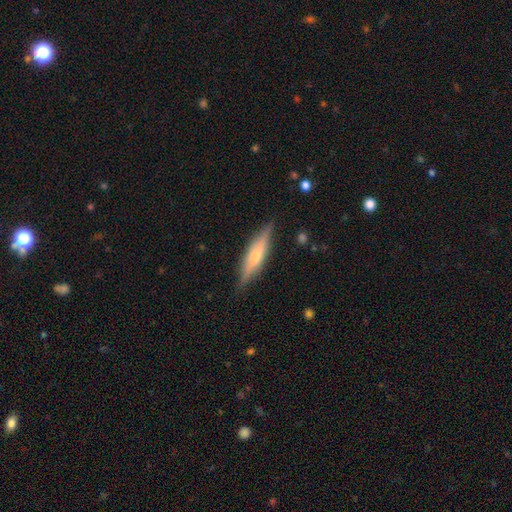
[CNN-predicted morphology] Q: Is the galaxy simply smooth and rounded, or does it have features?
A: featured or disk — 57%.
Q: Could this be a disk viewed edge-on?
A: yes — 90%.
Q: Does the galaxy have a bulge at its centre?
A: rounded — 84%.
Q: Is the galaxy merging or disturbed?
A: none — 87%.